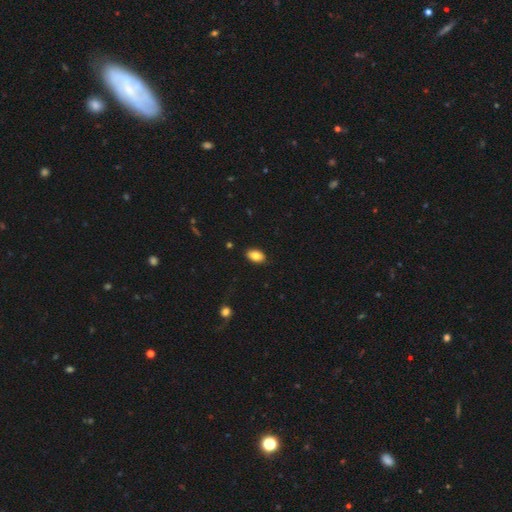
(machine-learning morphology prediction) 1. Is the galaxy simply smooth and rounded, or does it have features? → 83% smooth, 9% featured or disk, 8% star or artifact.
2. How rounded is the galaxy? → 92% in between, 7% round, 2% cigar-shaped.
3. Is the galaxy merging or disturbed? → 89% none, 9% minor disturbance, 2% major disturbance, 1% merger.